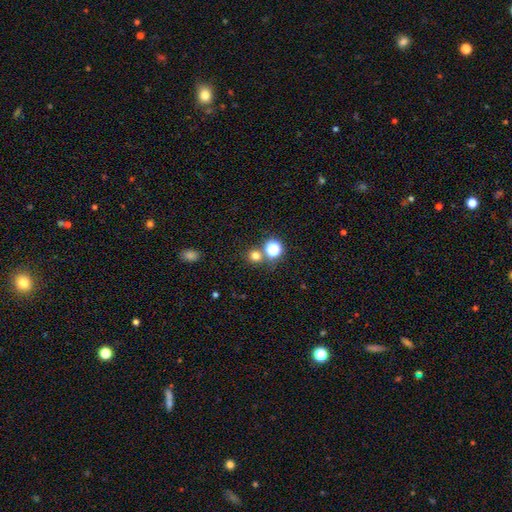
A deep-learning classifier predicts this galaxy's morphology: The model was most divided on "smooth or featured": smooth: 72%, star or artifact: 22%, featured or disk: 6%. More confident: how rounded — round (90%); merging — none (73%).